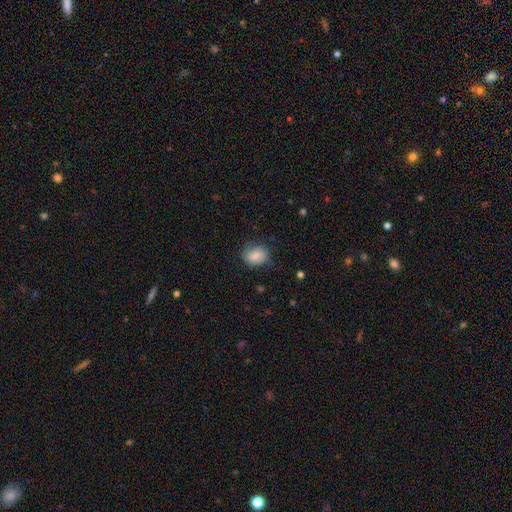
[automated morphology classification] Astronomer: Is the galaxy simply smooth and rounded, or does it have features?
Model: smooth — 83%.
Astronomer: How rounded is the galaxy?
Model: in between — 50% (runner-up: round, 49%).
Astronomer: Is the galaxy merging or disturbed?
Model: none — 74%.